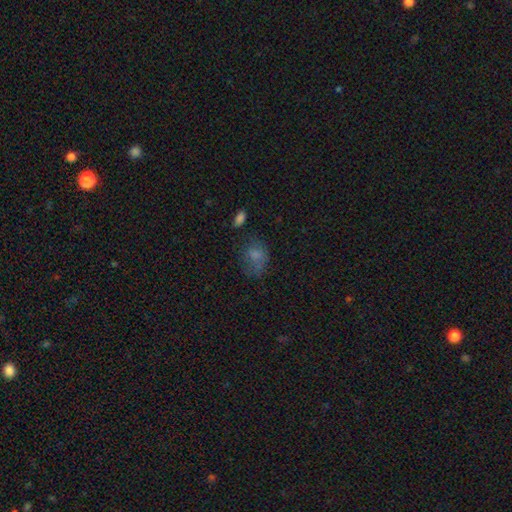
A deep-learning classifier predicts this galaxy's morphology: Overall: smooth (68%). How rounded: in between (60%; round 39%). Merging: none (43%; minor disturbance 28%).